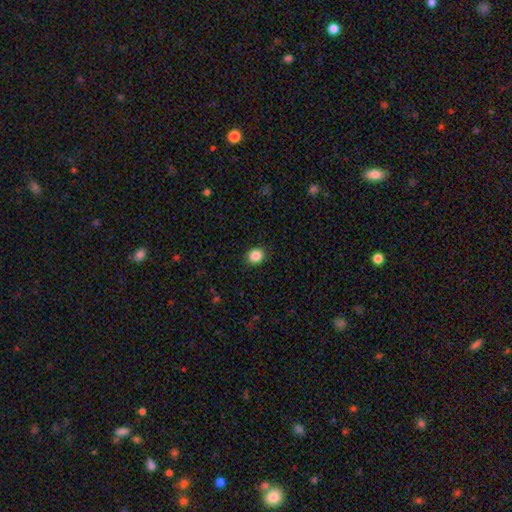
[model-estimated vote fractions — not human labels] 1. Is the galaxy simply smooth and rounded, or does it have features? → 87% smooth, 10% star or artifact, 4% featured or disk.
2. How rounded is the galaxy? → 76% round, 24% in between, 1% cigar-shaped.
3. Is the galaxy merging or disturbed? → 91% none, 6% minor disturbance, 2% major disturbance, 1% merger.